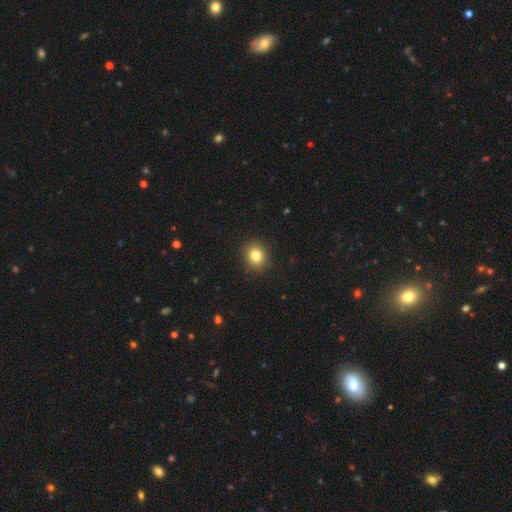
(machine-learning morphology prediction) Overall: smooth (82%). How rounded: round (77%). Merging: none (91%).